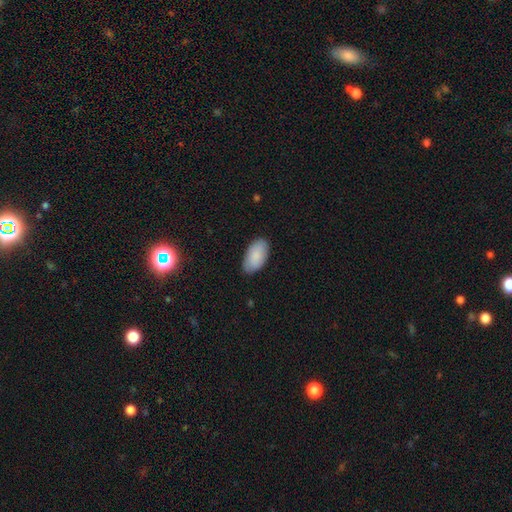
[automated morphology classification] Overall: smooth (88%). How rounded: in between (96%). Merging: none (84%).